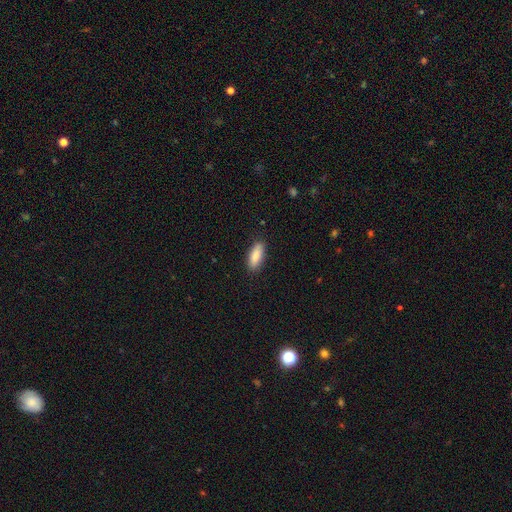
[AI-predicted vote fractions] Smooth or featured?
  - smooth: 86% *
  - featured or disk: 8%
  - star or artifact: 6%
How rounded?
  - in between: 75% *
  - cigar-shaped: 23%
  - round: 2%
Merging?
  - none: 87% *
  - minor disturbance: 10%
  - major disturbance: 2%
  - merger: 1%